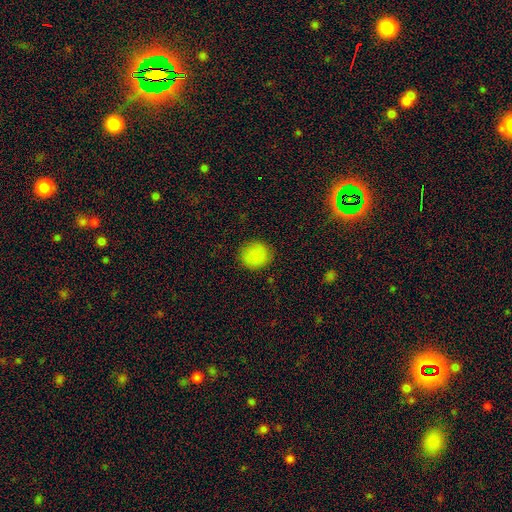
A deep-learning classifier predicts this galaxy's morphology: Smooth or featured? smooth (87%)
How rounded? round (86%)
Merging? none (88%)